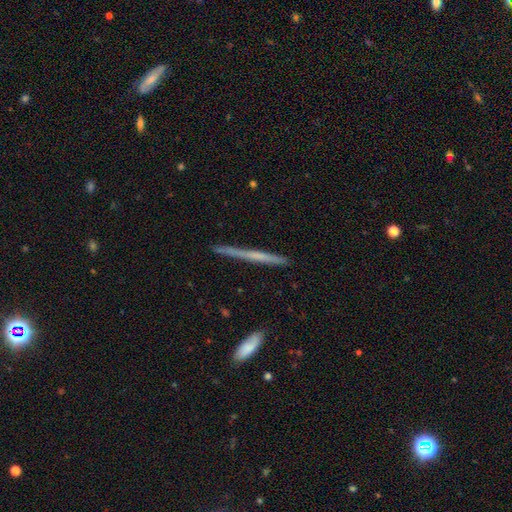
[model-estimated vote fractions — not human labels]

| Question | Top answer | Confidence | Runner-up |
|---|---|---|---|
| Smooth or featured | featured or disk | 52% | smooth (41%) |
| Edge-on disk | yes | 97% | no (3%) |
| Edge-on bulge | none | 80% | rounded (15%) |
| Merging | none | 88% | minor disturbance (9%) |